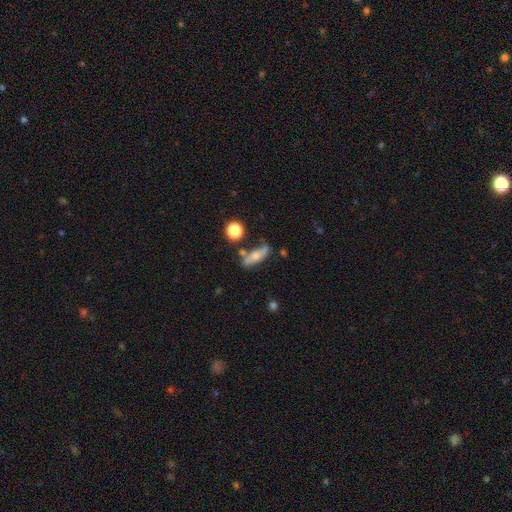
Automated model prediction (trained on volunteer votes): Morphology: type=smooth (49%); merging=none (59%).